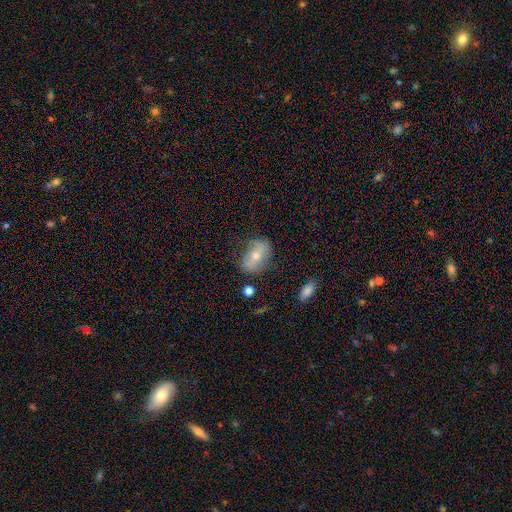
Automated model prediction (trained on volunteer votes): A smooth galaxy with no disk features (45%, tied with featured or disk).

Vote fractions:
- Smooth or featured? smooth: 45% (tied) / featured or disk: 45% (tied) / star or artifact: 10%
- Merging? none: 70% / minor disturbance: 21% / major disturbance: 6% / merger: 3%